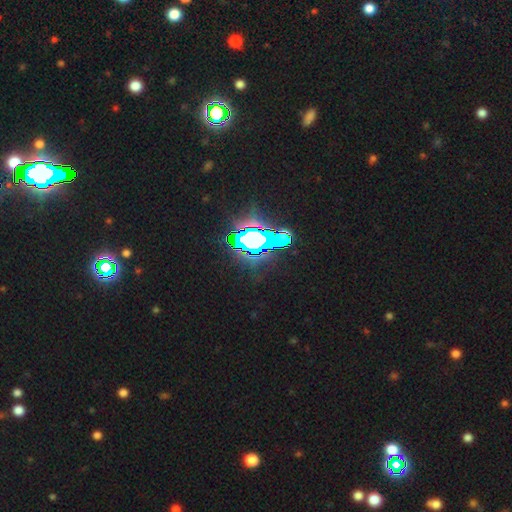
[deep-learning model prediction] smooth_or_featured: star or artifact (p=0.82) [alt: smooth p=0.10]